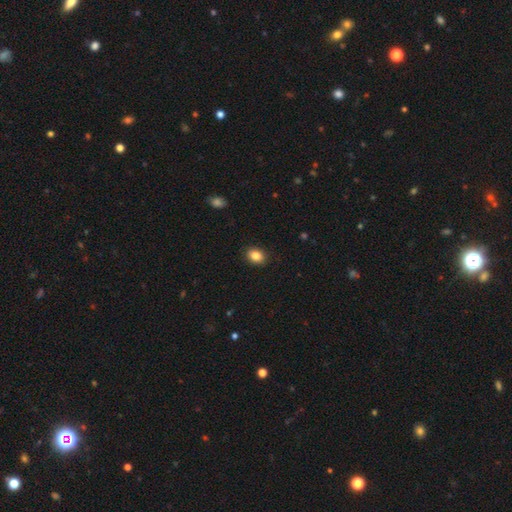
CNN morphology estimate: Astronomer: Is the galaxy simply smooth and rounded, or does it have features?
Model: smooth — 86%.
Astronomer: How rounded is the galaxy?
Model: in between — 65%.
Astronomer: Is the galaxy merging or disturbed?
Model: none — 89%.